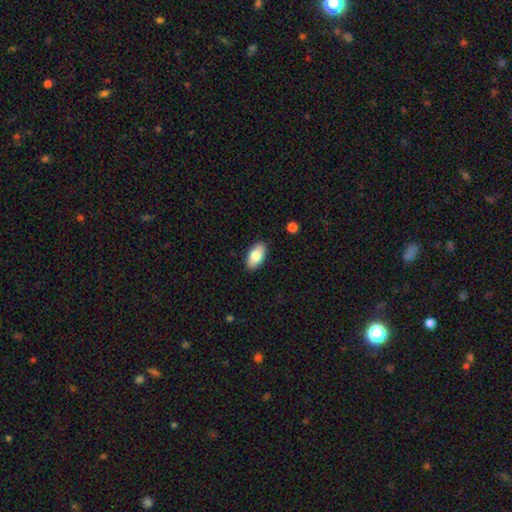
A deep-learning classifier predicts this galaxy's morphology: A smooth galaxy with no disk features (81%) that is in between round and cigar-shaped (94%).

Vote fractions:
- Smooth or featured? smooth: 81% / featured or disk: 13% / star or artifact: 7%
- How rounded? in between: 94% / round: 3% / cigar-shaped: 3%
- Merging? none: 89% / minor disturbance: 8% / major disturbance: 2% / merger: 1%